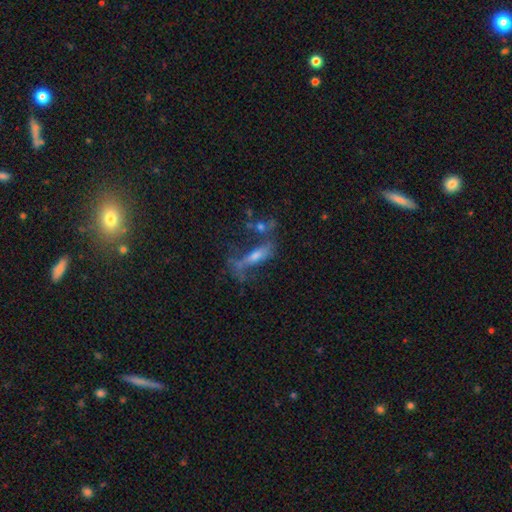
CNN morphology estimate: featured or disk 56%, smooth 31%, star or artifact 13%. Down the decision tree: edge-on disk — yes (54%); merging — none (41%).